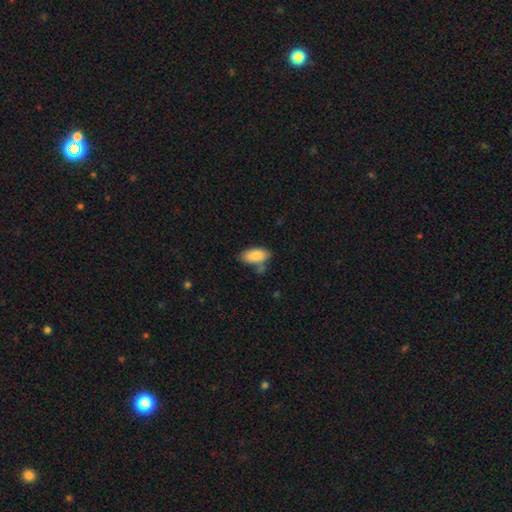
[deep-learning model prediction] Morphology: type=smooth (85%); roundness=in between (92%); merging=none (57%).